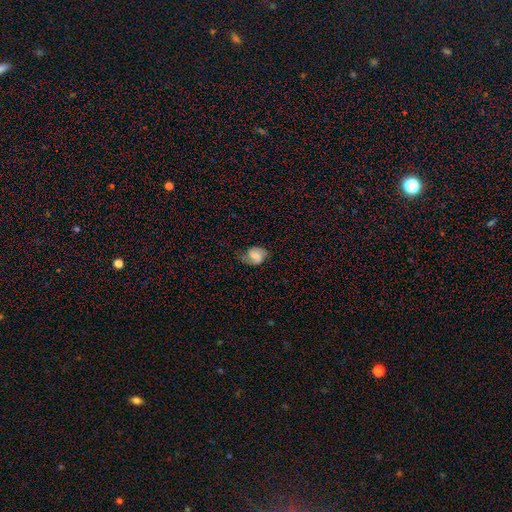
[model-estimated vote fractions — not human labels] smooth_or_featured: smooth (p=0.57) [alt: featured or disk p=0.34]
how_rounded: in between (p=0.55) [alt: round p=0.43]
merging: none (p=0.52) [alt: minor disturbance p=0.31]